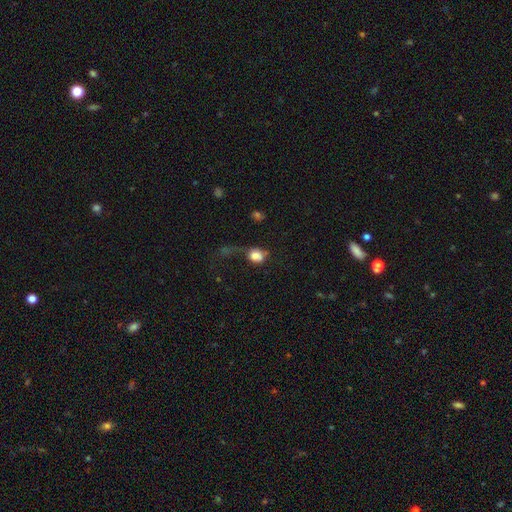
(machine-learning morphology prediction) This is likely a smooth galaxy (76%). How rounded: possibly round (51%). Merging: marginally major disturbance (43%).